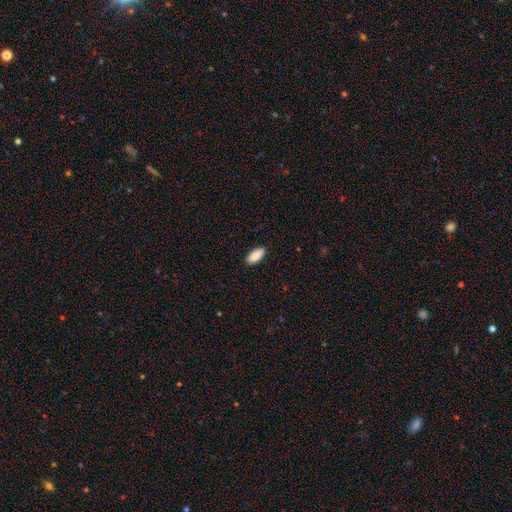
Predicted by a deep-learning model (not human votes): Smooth or featured?
  - smooth: 89% *
  - star or artifact: 6%
  - featured or disk: 5%
How rounded?
  - in between: 86% *
  - cigar-shaped: 12%
  - round: 2%
Merging?
  - none: 89% *
  - minor disturbance: 8%
  - major disturbance: 2%
  - merger: 1%